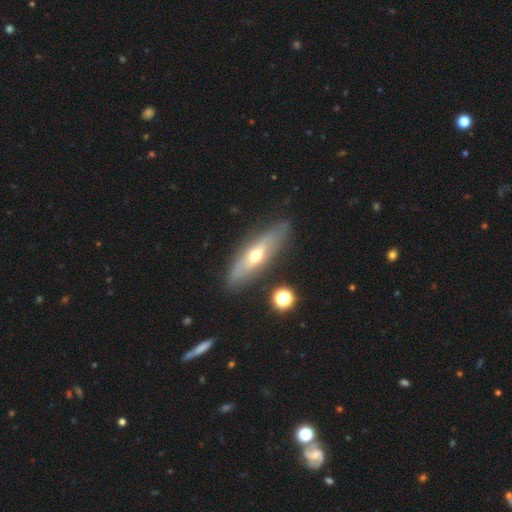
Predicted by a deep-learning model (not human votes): Smooth or featured?
  - featured or disk: 59% *
  - smooth: 34%
  - star or artifact: 7%
Edge-on disk?
  - yes: 57% *
  - no: 43%
Merging?
  - none: 80% *
  - minor disturbance: 14%
  - major disturbance: 4%
  - merger: 2%